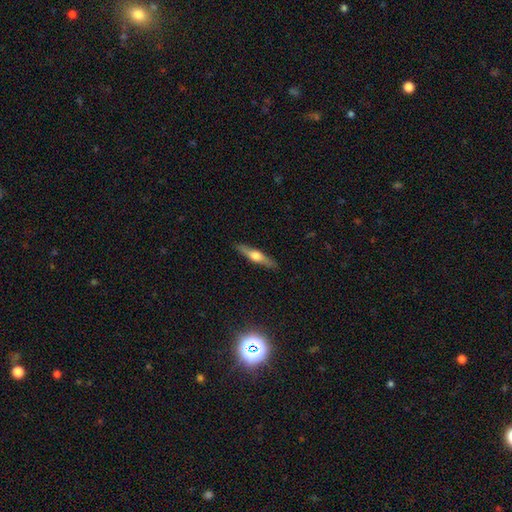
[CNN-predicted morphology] This appears to be a featured or disk galaxy (61%) viewed edge-on (96%) with a rounded central bulge (93%). Merging: none (90%).